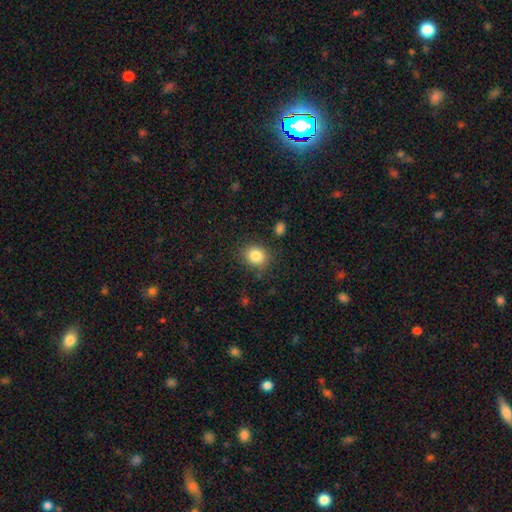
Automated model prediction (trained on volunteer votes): Morphology: type=smooth (85%); roundness=round (69%); merging=none (83%).